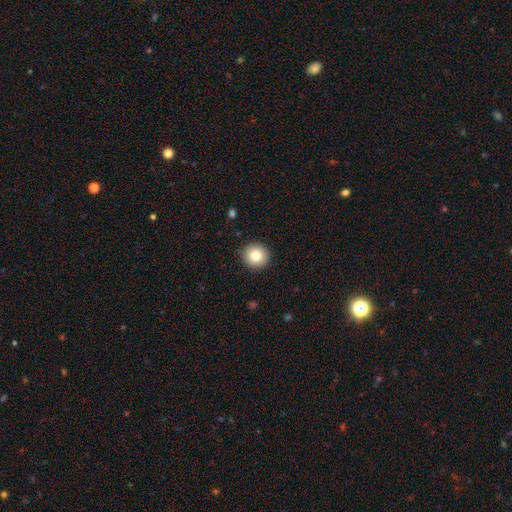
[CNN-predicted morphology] The model was most divided on "smooth or featured": smooth: 83%, star or artifact: 9%, featured or disk: 8%. More confident: how rounded — round (95%); merging — none (91%).